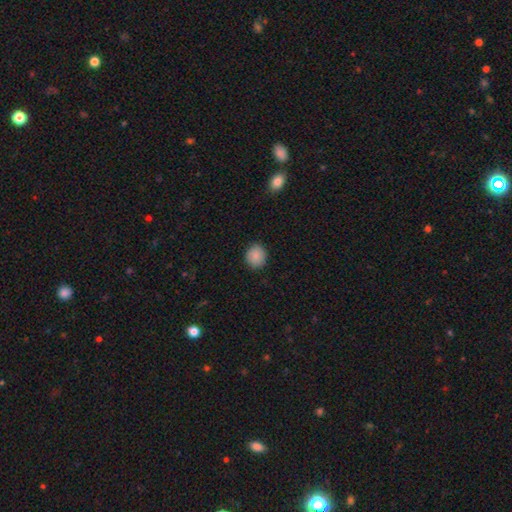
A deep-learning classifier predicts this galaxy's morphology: Smooth or featured?
  - smooth: 87% *
  - star or artifact: 8%
  - featured or disk: 4%
How rounded?
  - round: 79% *
  - in between: 20%
  - cigar-shaped: 1%
Merging?
  - none: 89% *
  - minor disturbance: 8%
  - major disturbance: 2%
  - merger: 1%